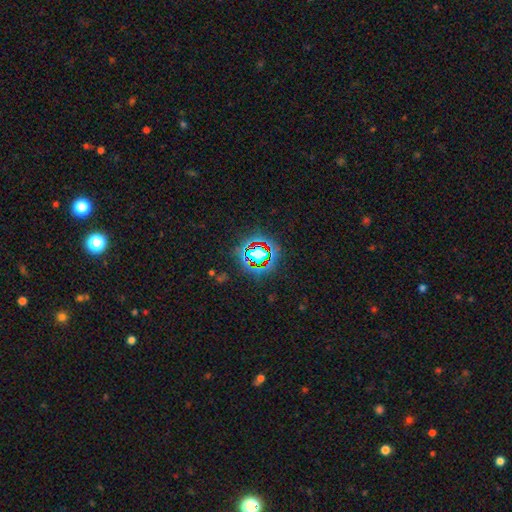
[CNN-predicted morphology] type=star or artifact (67%).